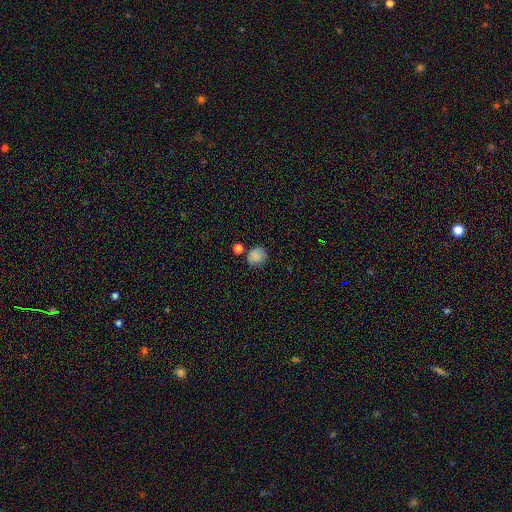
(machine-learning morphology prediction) smooth_or_featured: smooth (p=0.85) [alt: star or artifact p=0.10]
how_rounded: round (p=0.84) [alt: in between p=0.15]
merging: none (p=0.75) [alt: minor disturbance p=0.13]